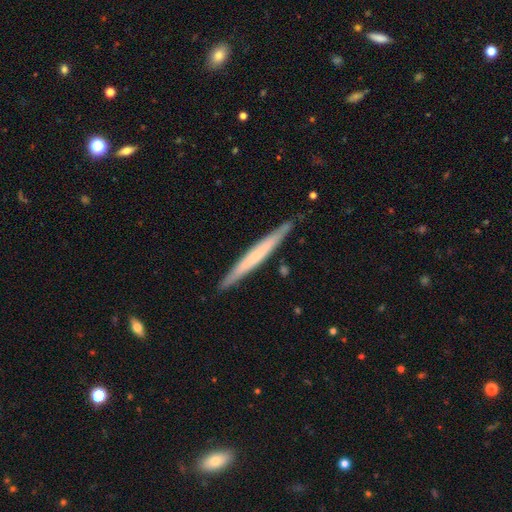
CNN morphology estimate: The model was most divided on "smooth or featured": featured or disk: 50%, smooth: 45%, star or artifact: 5%. More confident: merging — none (88%).